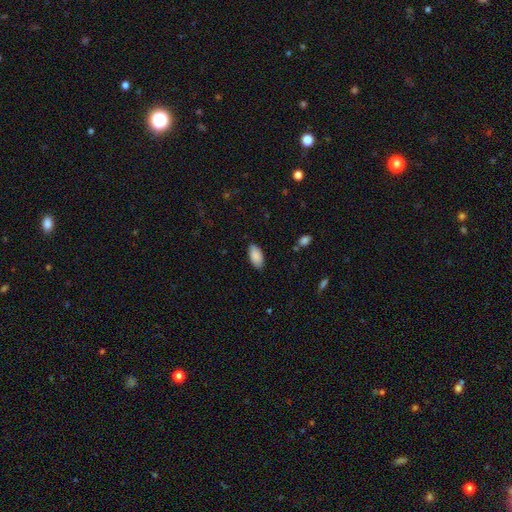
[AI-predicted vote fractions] A smooth galaxy with no disk features (89%) that is in between round and cigar-shaped (94%). Merging: none (86%).